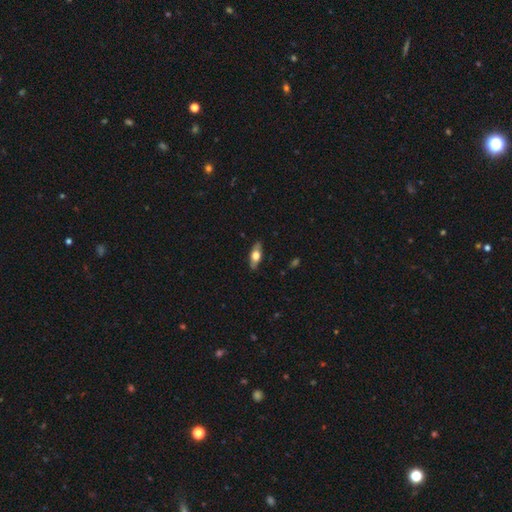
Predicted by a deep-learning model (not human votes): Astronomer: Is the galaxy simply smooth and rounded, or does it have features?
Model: smooth — 53% (runner-up: featured or disk, 41%).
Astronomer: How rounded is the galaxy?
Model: in between — 69%.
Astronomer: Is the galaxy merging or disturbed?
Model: none — 86%.